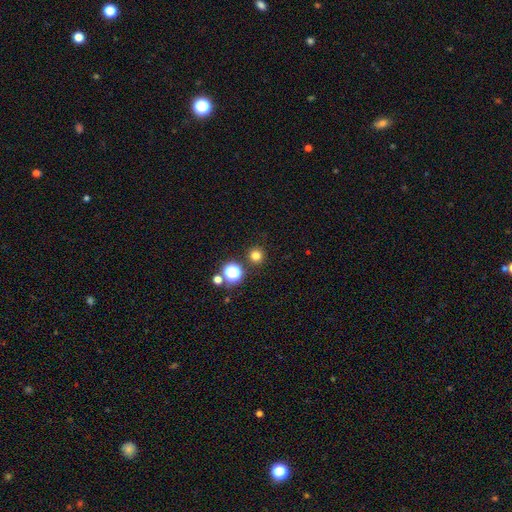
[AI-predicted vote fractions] smooth-or-featured: smooth: 76% | star or artifact: 19% | featured or disk: 5%
  how-rounded: round: 95% | in between: 4% | cigar-shaped: 1%
  merging: none: 89% | minor disturbance: 5% | merger: 4% | major disturbance: 2%